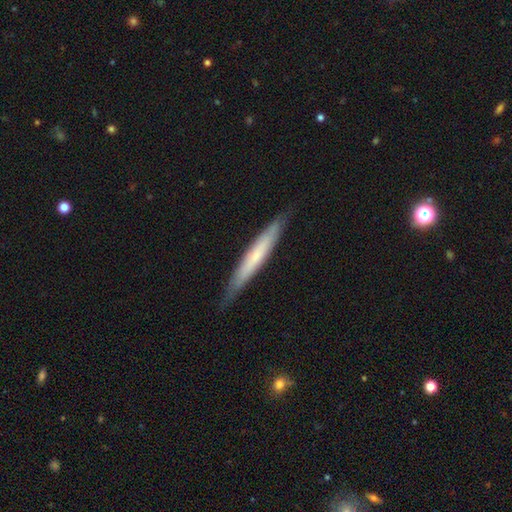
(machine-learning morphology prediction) smooth-or-featured: smooth: 50% | featured or disk: 44% | star or artifact: 6%
  how-rounded: cigar-shaped: 94% | in between: 4% | round: 1%
  merging: none: 85% | minor disturbance: 12% | major disturbance: 2% | merger: 1%